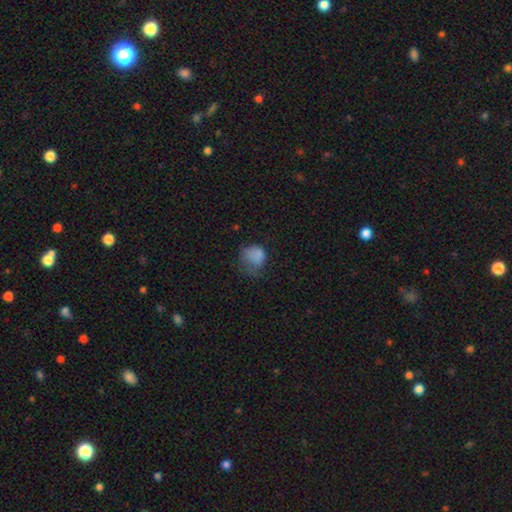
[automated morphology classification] smooth-or-featured: smooth: 77% | star or artifact: 12% | featured or disk: 11%
  how-rounded: round: 64% | in between: 35% | cigar-shaped: 1%
  merging: major disturbance: 36% | none: 32% | minor disturbance: 31% | merger: 2%